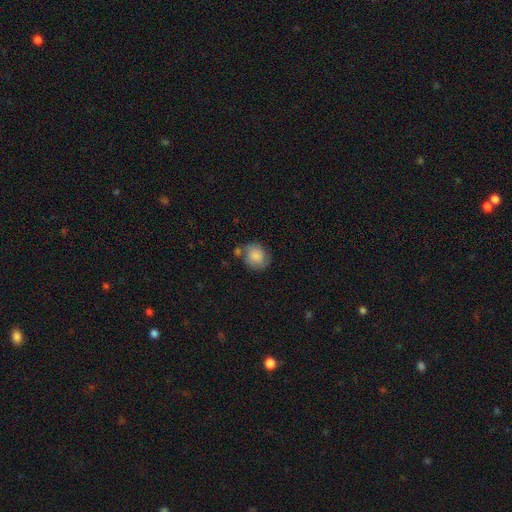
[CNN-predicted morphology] type=smooth (75%); roundness=round (74%); merging=none (58%).